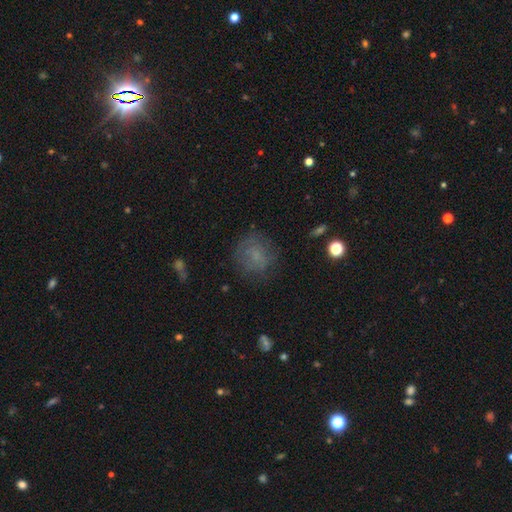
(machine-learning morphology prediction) A smooth galaxy with no disk features (59%) that is round (78%).

Vote fractions:
- Smooth or featured? smooth: 59% / featured or disk: 24% / star or artifact: 17%
- How rounded? round: 78% / in between: 21% / cigar-shaped: 1%
- Merging? none: 71% / minor disturbance: 17% / major disturbance: 10% / merger: 2%